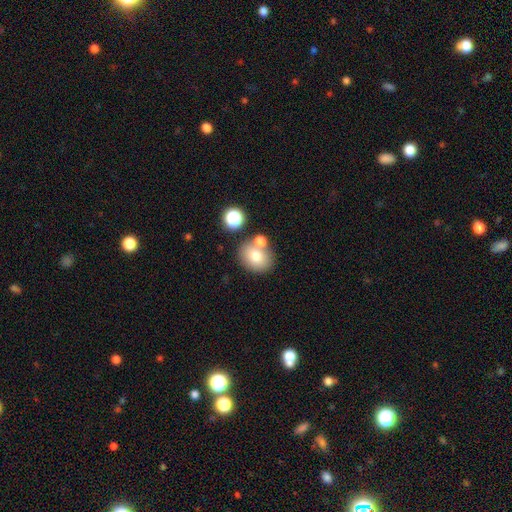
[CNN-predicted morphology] A smooth galaxy with no disk features (74%) that is round (59%).

Vote fractions:
- Smooth or featured? smooth: 74% / featured or disk: 14% / star or artifact: 11%
- How rounded? round: 59% / in between: 40% / cigar-shaped: 1%
- Merging? none: 62% / merger: 23% / minor disturbance: 11% / major disturbance: 4%